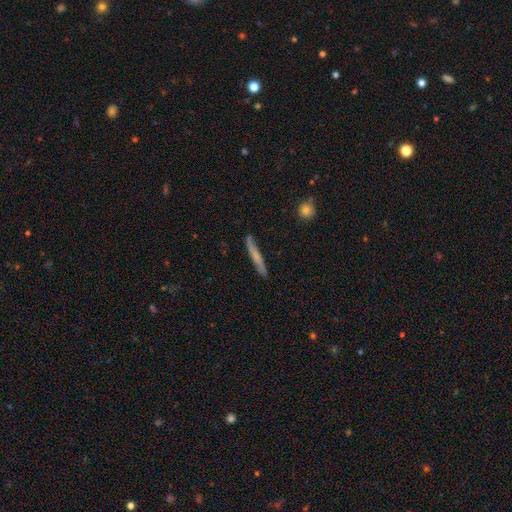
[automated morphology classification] smooth-or-featured: smooth: 55% | featured or disk: 39% | star or artifact: 6%
  how-rounded: cigar-shaped: 96% | in between: 3% | round: 2%
  merging: none: 85% | minor disturbance: 11% | major disturbance: 2% | merger: 2%